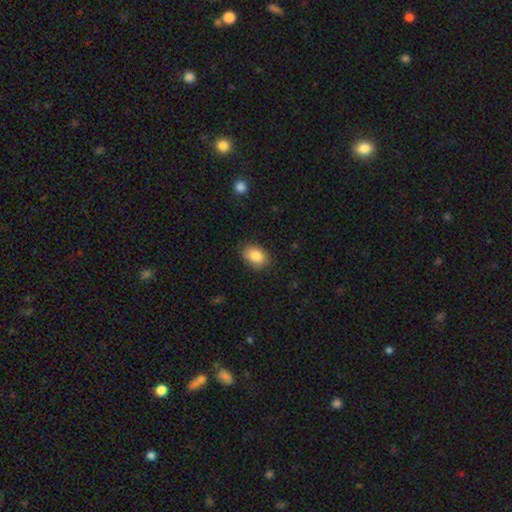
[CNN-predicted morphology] Smooth or featured? Predicted: smooth (p=0.85). How rounded? Predicted: in between (p=0.75). Merging? Predicted: none (p=0.84).